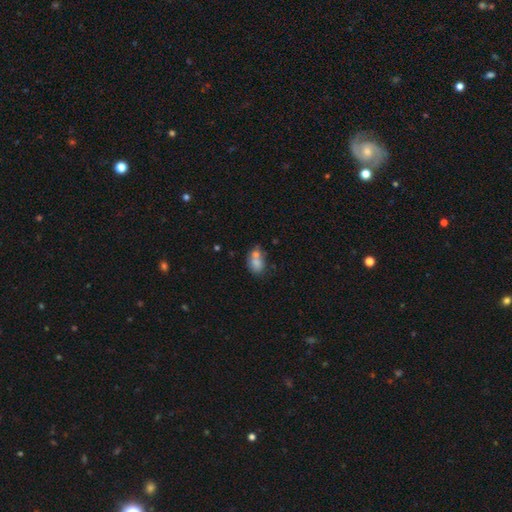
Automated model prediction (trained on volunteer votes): The model was most divided on "merging": merger: 45%, none: 36%, minor disturbance: 13%, major disturbance: 7%. More confident: smooth or featured — smooth (67%); how rounded — in between (65%).